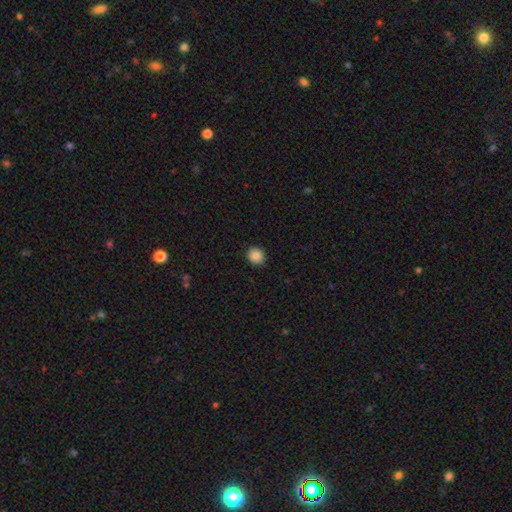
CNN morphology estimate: Smooth or featured? smooth (86%)
How rounded? round (82%)
Merging? none (91%)